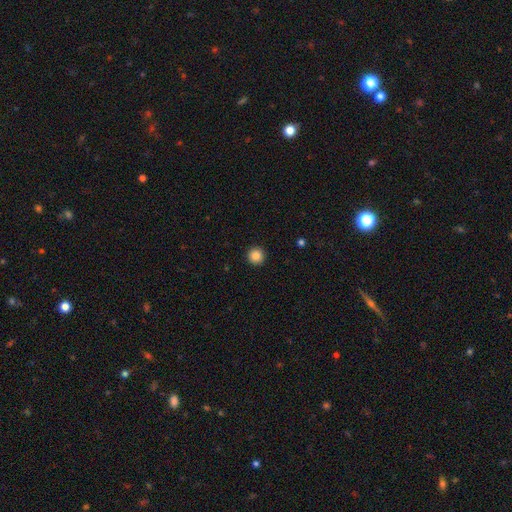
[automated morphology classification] Overall: smooth (86%). How rounded: round (96%). Merging: none (94%).